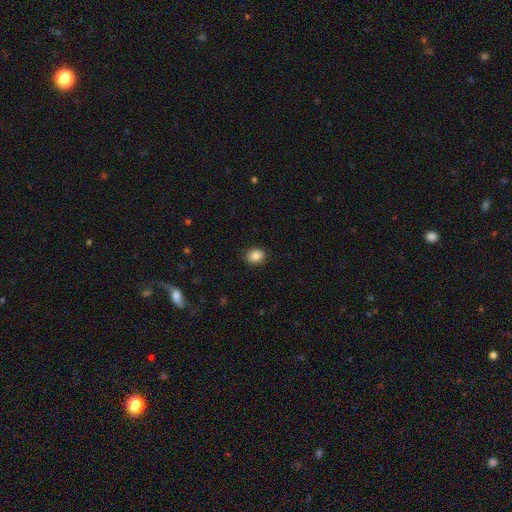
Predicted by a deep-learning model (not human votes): A smooth galaxy with no disk features (86%) that is round (58%). Merging: none (89%).